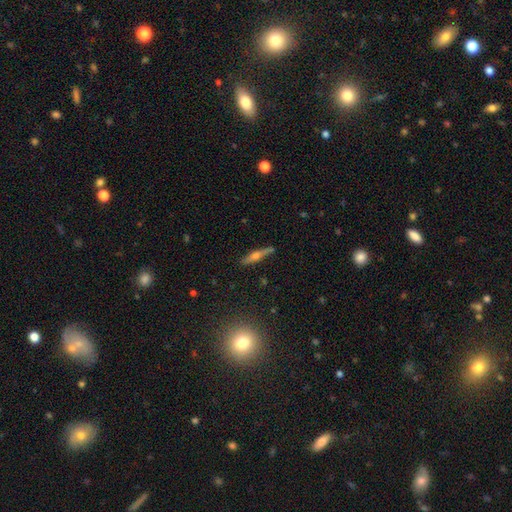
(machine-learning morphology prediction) Q: Smooth or featured?
A: featured or disk (63%); runner-up: smooth (28%)
Q: Edge-on disk?
A: yes (95%); runner-up: no (5%)
Q: Edge-on bulge?
A: rounded (91%); runner-up: boxy (5%)
Q: Merging?
A: none (85%); runner-up: minor disturbance (10%)